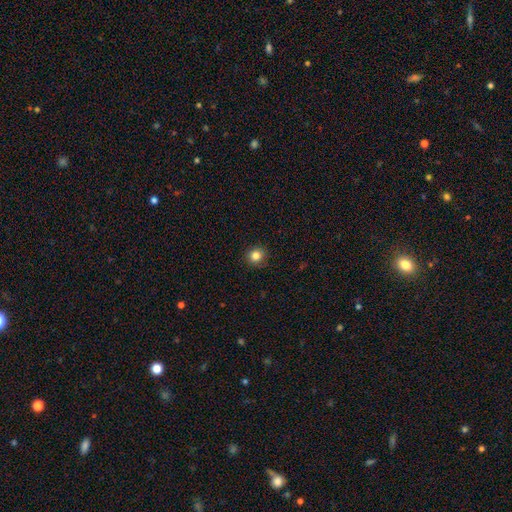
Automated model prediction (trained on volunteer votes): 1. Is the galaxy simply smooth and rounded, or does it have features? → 83% smooth, 12% star or artifact, 5% featured or disk.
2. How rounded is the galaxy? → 90% round, 9% in between, 1% cigar-shaped.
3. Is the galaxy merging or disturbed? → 90% none, 7% minor disturbance, 2% major disturbance, 1% merger.